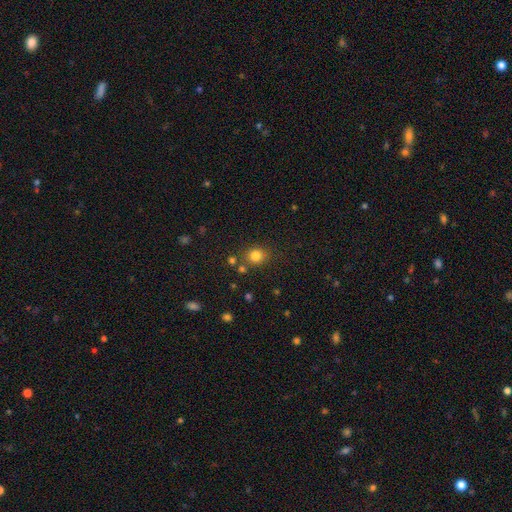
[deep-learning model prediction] Morphology: type=smooth (81%); roundness=round (81%); merging=none (79%).